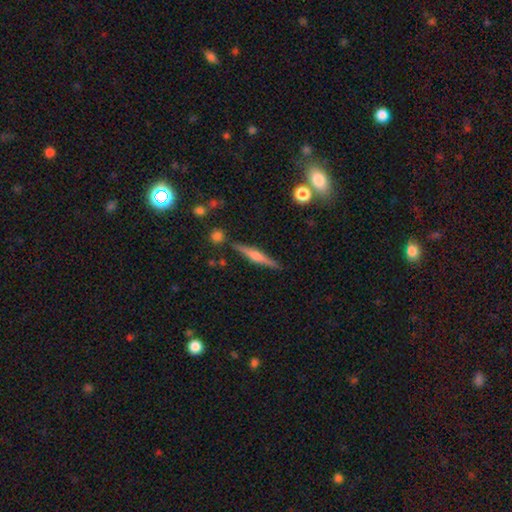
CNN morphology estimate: type=featured or disk (69%); edge-on=yes (98%); edge-on bulge=rounded (82%); merging=none (88%).